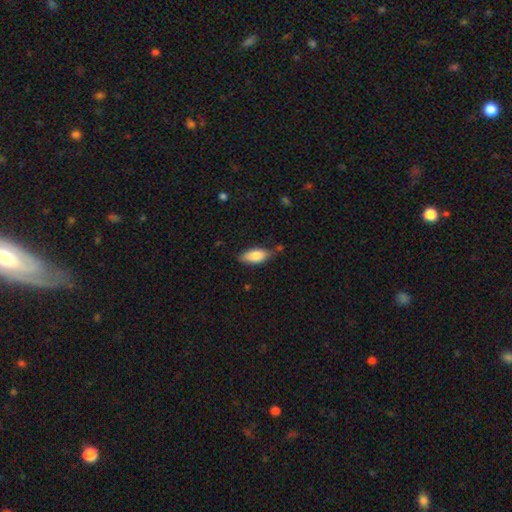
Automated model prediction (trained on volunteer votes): The model was most divided on "merging": none: 70%, minor disturbance: 22%, major disturbance: 4%, merger: 4%. More confident: how rounded — in between (85%); smooth or featured — smooth (84%).